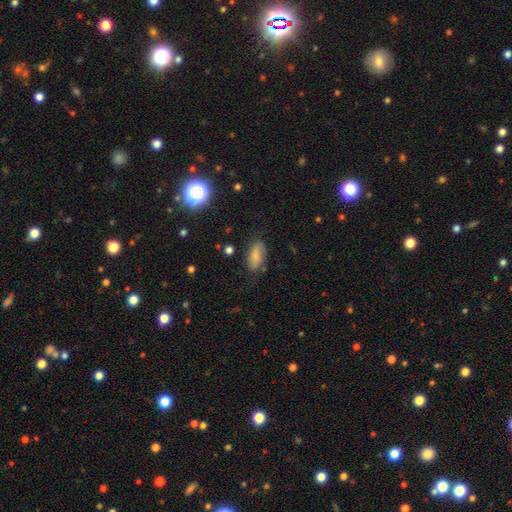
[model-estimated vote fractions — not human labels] Morphology: type=smooth (70%); roundness=in between (89%); merging=none (69%).